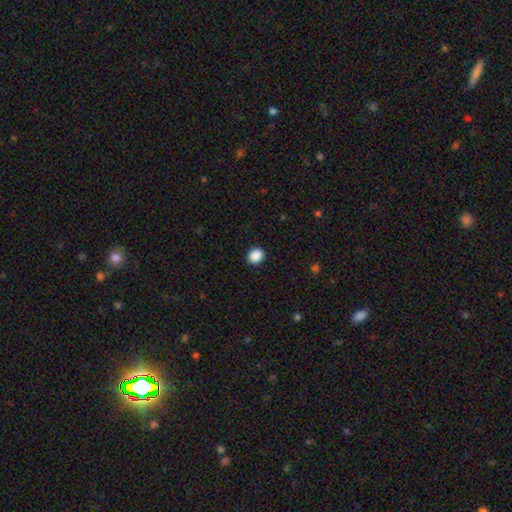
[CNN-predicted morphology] A smooth galaxy with no disk features (89%) that is round (67%).

Vote fractions:
- Smooth or featured? smooth: 89% / star or artifact: 9% / featured or disk: 2%
- How rounded? round: 67% / in between: 32% / cigar-shaped: 1%
- Merging? none: 91% / minor disturbance: 6% / major disturbance: 2% / merger: 1%